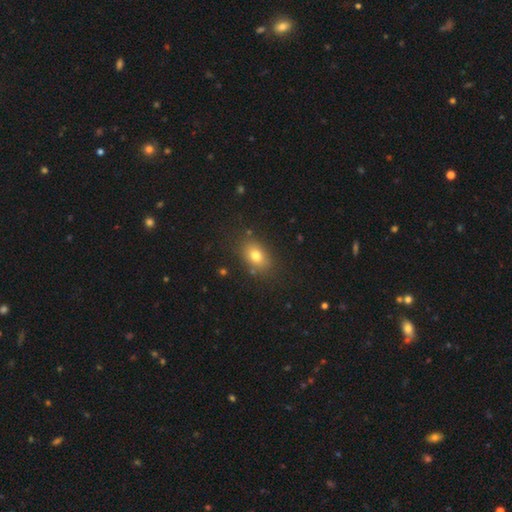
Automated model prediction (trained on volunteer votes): Q: Smooth or featured?
A: smooth (77%); runner-up: star or artifact (12%)
Q: How rounded?
A: in between (76%); runner-up: round (23%)
Q: Merging?
A: none (82%); runner-up: minor disturbance (12%)